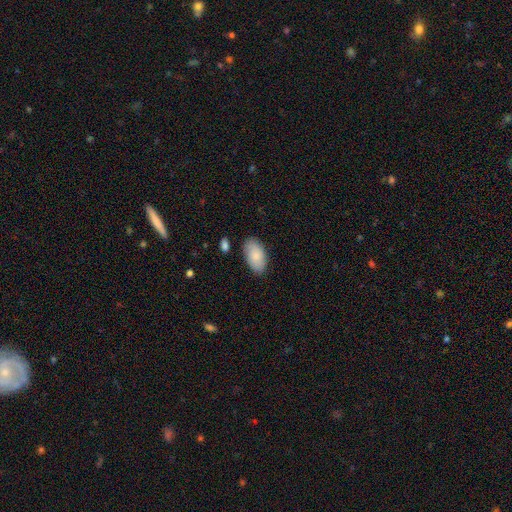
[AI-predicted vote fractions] A smooth galaxy with no disk features (83%) that is in between round and cigar-shaped (95%).

Vote fractions:
- Smooth or featured? smooth: 83% / featured or disk: 12% / star or artifact: 6%
- How rounded? in between: 95% / round: 3% / cigar-shaped: 2%
- Merging? none: 82% / minor disturbance: 13% / major disturbance: 3% / merger: 2%